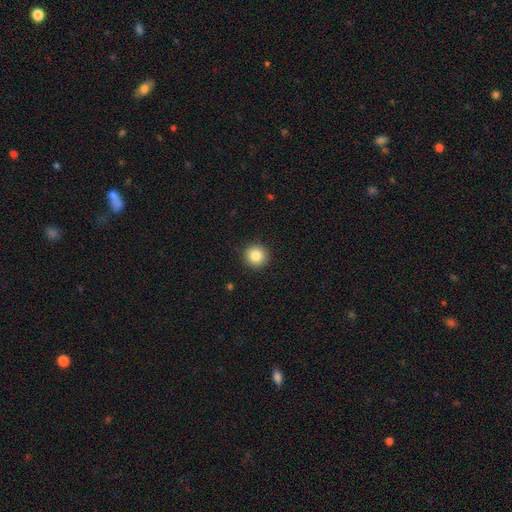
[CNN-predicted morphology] Smooth or featured? smooth (84%)
How rounded? round (95%)
Merging? none (92%)